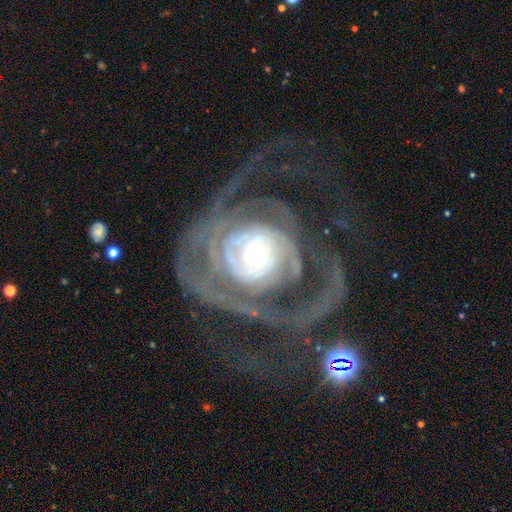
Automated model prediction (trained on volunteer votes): This appears to be a featured or disk galaxy (89%) with no bar (79%), 2 (35%) tight (47%) spiral arms (90%) and a moderate central bulge (61%). Merging: none (47%).